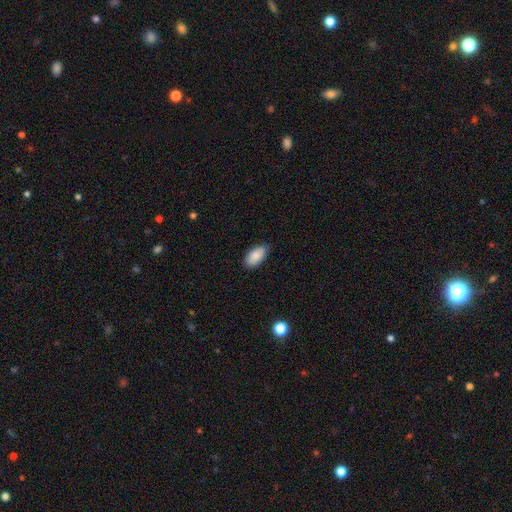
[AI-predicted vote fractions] This is clearly a smooth galaxy (86%). How rounded: clearly in between (94%). Merging: clearly none (81%).